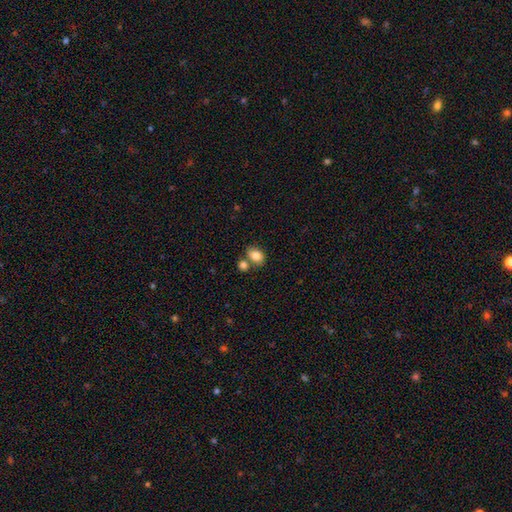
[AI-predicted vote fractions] smooth_or_featured: smooth (p=0.83) [alt: star or artifact p=0.09]
how_rounded: in between (p=0.71) [alt: round p=0.28]
merging: none (p=0.56) [alt: merger p=0.27]